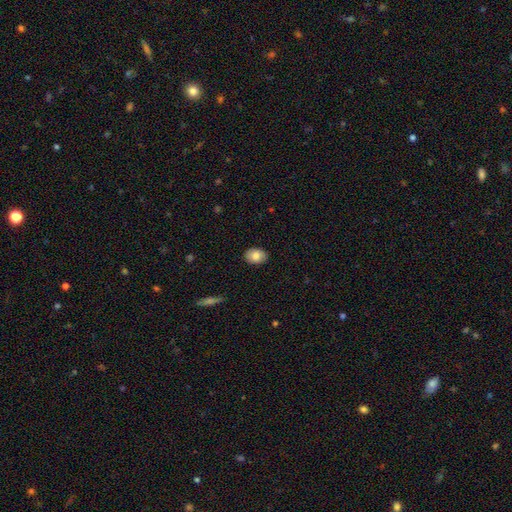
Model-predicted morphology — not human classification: smooth 82%, featured or disk 11%, star or artifact 7%. Down the decision tree: how rounded — in between (75%); merging — none (88%).